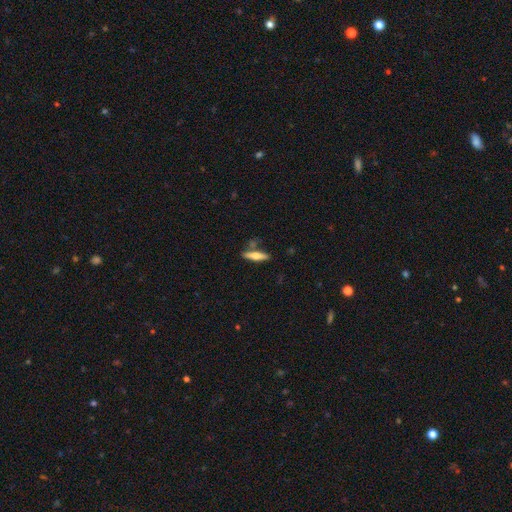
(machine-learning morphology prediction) Smooth or featured? Predicted: smooth (p=0.50). How rounded? Predicted: cigar-shaped (p=0.75). Merging? Predicted: none (p=0.76).